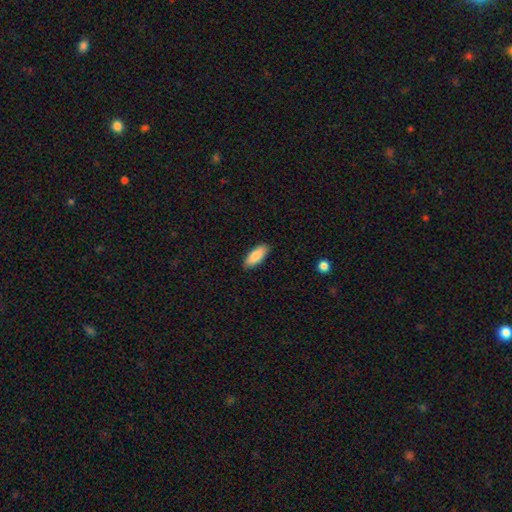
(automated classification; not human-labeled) Smooth or featured? Predicted: smooth (p=0.87). How rounded? Predicted: in between (p=0.79). Merging? Predicted: none (p=0.89).